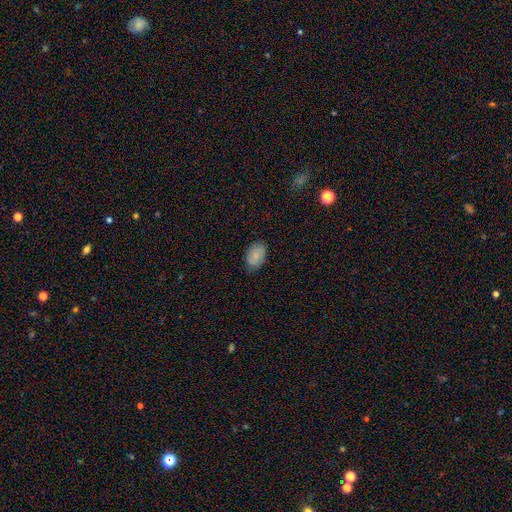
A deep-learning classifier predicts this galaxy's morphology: type=smooth (80%); roundness=in between (88%); merging=none (78%).